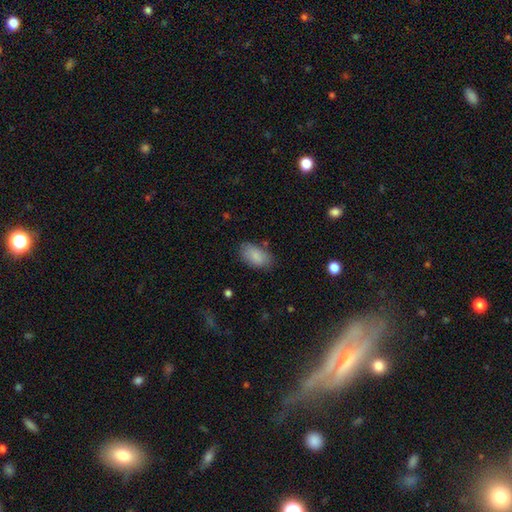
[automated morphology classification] A smooth galaxy with no disk features (86%) that is in between round and cigar-shaped (94%). Merging: none (76%).